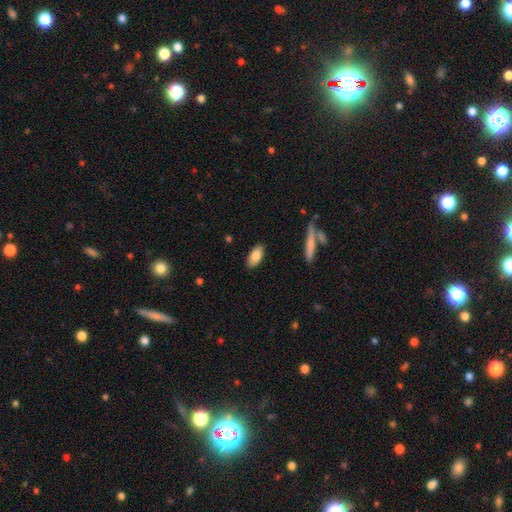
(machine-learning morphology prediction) A smooth galaxy with no disk features (84%) that is in between round and cigar-shaped (89%).

Vote fractions:
- Smooth or featured? smooth: 84% / featured or disk: 10% / star or artifact: 6%
- How rounded? in between: 89% / cigar-shaped: 9% / round: 2%
- Merging? none: 87% / minor disturbance: 9% / major disturbance: 2% / merger: 1%